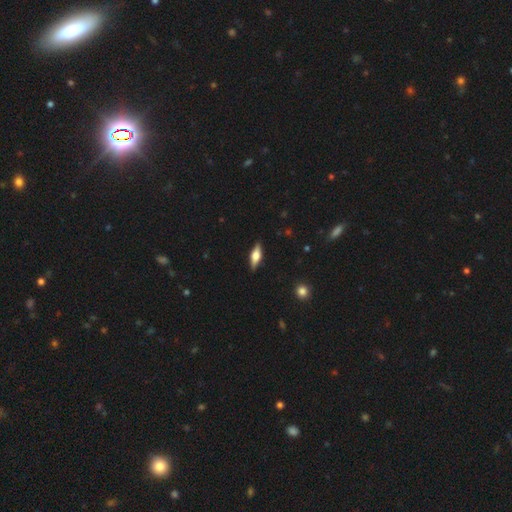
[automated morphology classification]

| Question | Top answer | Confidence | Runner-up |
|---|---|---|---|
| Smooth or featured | featured or disk | 51% | smooth (42%) |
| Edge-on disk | yes | 94% | no (6%) |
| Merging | none | 88% | minor disturbance (9%) |